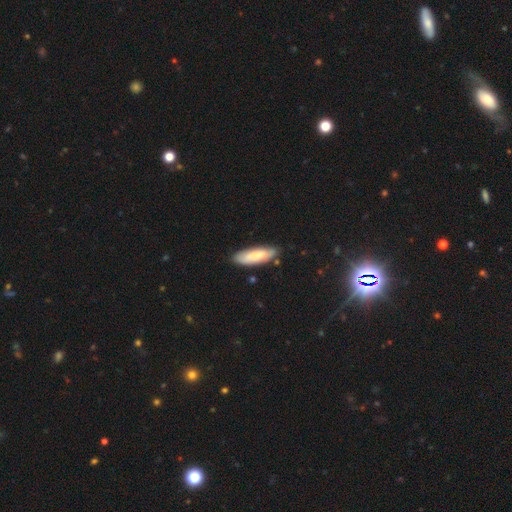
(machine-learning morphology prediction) Overall: smooth (74%). How rounded: in between (51%; cigar-shaped 47%). Merging: none (81%).